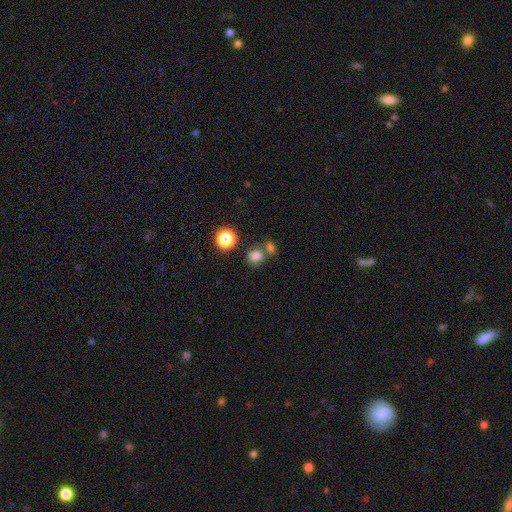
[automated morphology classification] This appears to be a smooth galaxy with no disk features (77%) that is round (52%). Merging: none (56%).